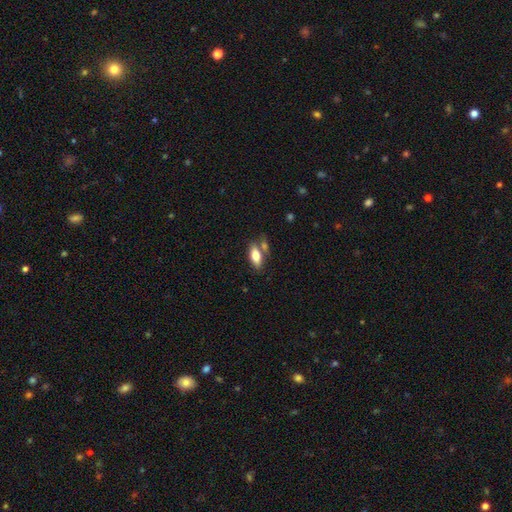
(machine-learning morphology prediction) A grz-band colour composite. It shows a smooth galaxy with no disk features (72%) that is in between round and cigar-shaped (78%). Merging: none (63%).